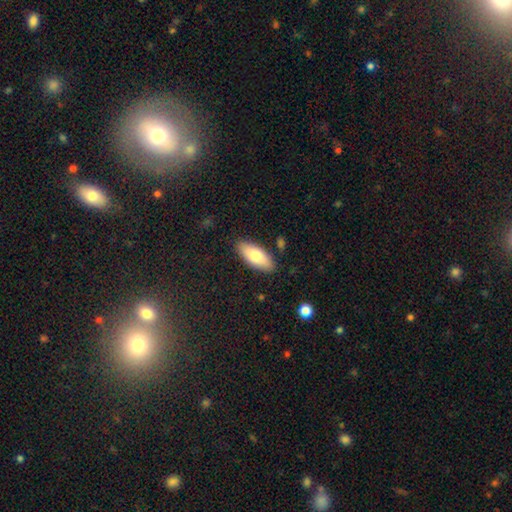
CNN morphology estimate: smooth_or_featured: smooth (p=0.77) [alt: featured or disk p=0.17]
how_rounded: in between (p=0.81) [alt: cigar-shaped p=0.17]
merging: none (p=0.85) [alt: minor disturbance p=0.10]